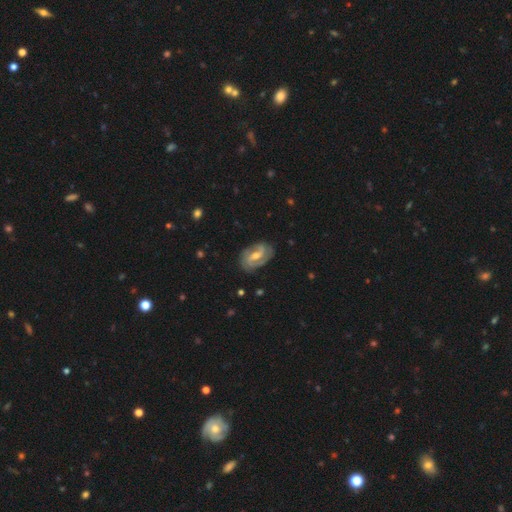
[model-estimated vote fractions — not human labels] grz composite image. It shows a featured or disk galaxy (81%) with a weak bar (50%), 2 (68%) medium (42%) spiral arms (92%) and a moderate central bulge (60%). Merging: none (78%).